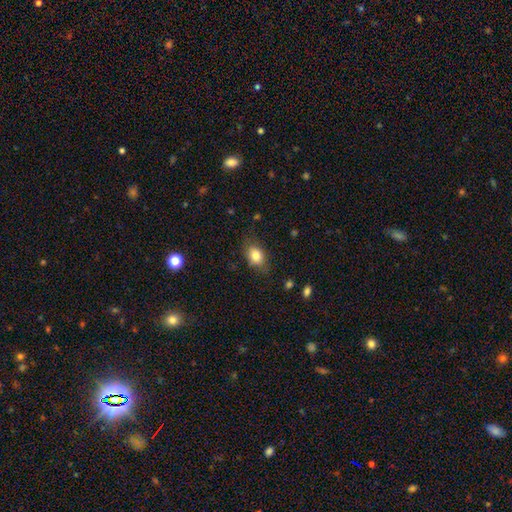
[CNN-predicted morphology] type=smooth (80%); roundness=in between (73%); merging=none (73%).